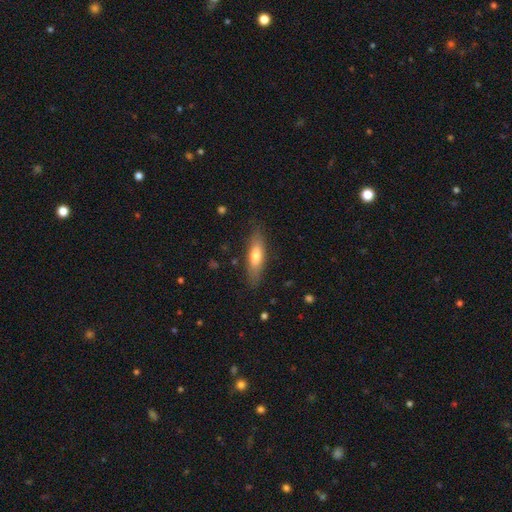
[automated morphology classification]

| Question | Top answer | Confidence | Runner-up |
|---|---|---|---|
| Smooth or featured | smooth | 67% | featured or disk (27%) |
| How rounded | cigar-shaped | 61% | in between (37%) |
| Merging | none | 83% | minor disturbance (13%) |